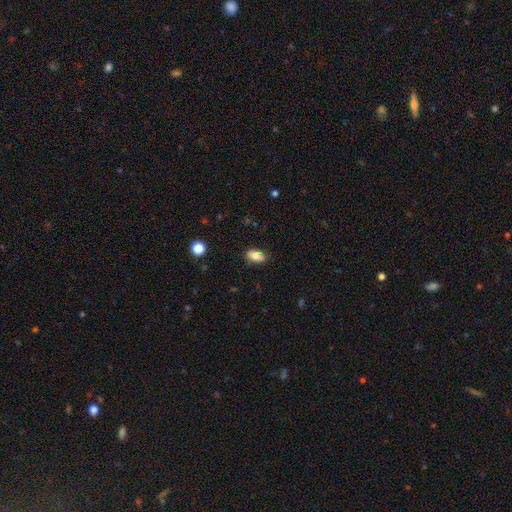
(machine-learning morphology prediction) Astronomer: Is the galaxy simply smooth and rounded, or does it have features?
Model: smooth — 84%.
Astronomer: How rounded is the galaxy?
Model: in between — 89%.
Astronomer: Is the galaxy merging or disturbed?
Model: none — 85%.